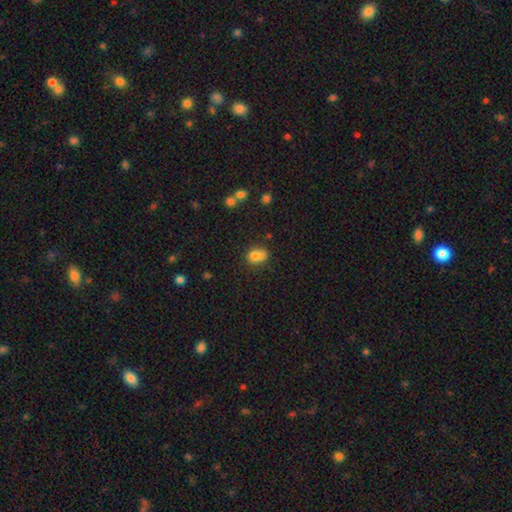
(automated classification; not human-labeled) Smooth or featured? Predicted: smooth (p=0.74). How rounded? Predicted: round (p=0.58). Merging? Predicted: merger (p=0.49).